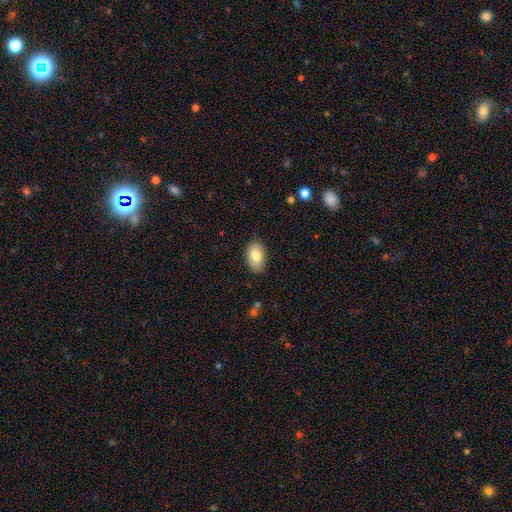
smooth_or_featured: smooth (p=0.81) [alt: featured or disk p=0.14]
how_rounded: in between (p=0.97) [alt: round p=0.03]
merging: none (p=0.91) [alt: minor disturbance p=0.06]